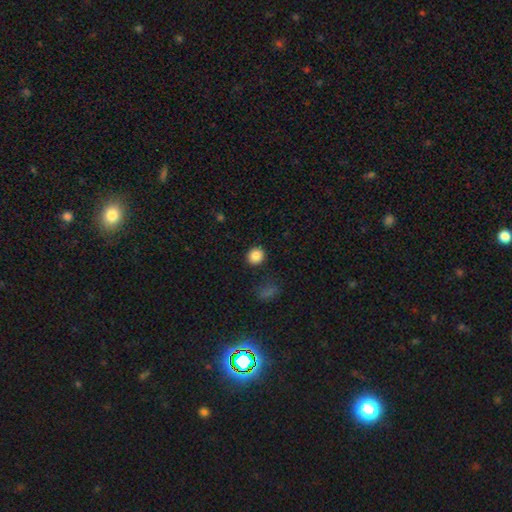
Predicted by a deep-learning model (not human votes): Overall: smooth (87%). How rounded: round (84%). Merging: none (88%).